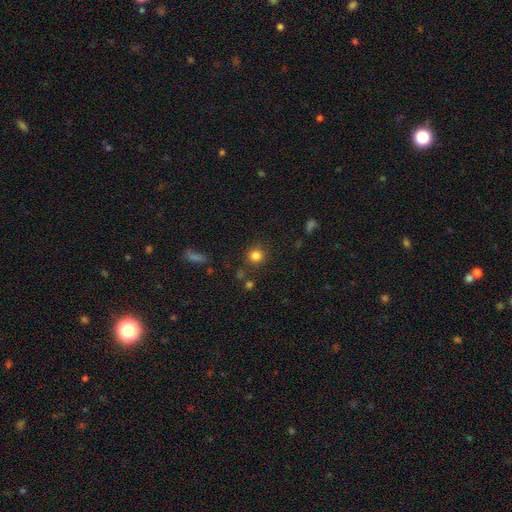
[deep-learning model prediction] Smooth or featured: smooth — 82% (star or artifact — 13%)
How rounded: round — 92% (in between — 7%)
Merging: none — 85% (minor disturbance — 8%)